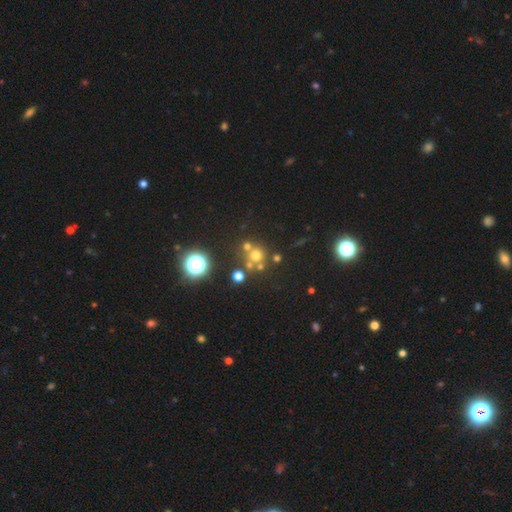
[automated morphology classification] A smooth galaxy with no disk features (55%) that is round (91%).

Vote fractions:
- Smooth or featured? smooth: 55% / star or artifact: 31% / featured or disk: 13%
- How rounded? round: 91% / in between: 8% / cigar-shaped: 1%
- Merging? none: 62% / merger: 25% / minor disturbance: 9% / major disturbance: 5%